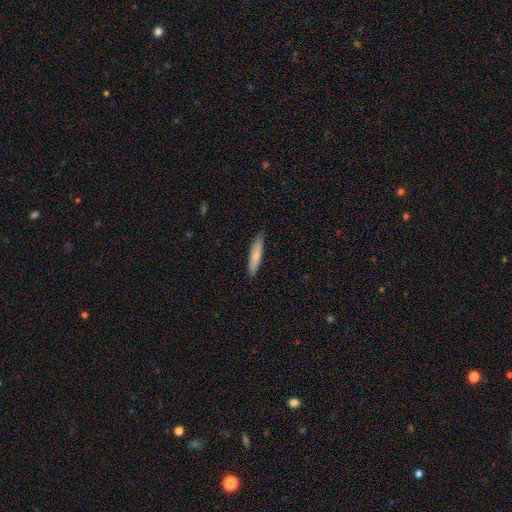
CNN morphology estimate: This is likely a smooth galaxy (72%). How rounded: clearly cigar-shaped (84%). Merging: clearly none (87%).